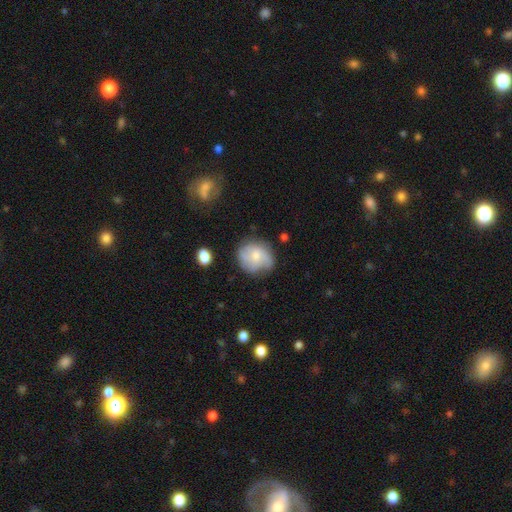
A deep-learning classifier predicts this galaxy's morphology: smooth_or_featured: smooth (p=0.46) [alt: featured or disk p=0.45]
merging: none (p=0.65) [alt: minor disturbance p=0.24]